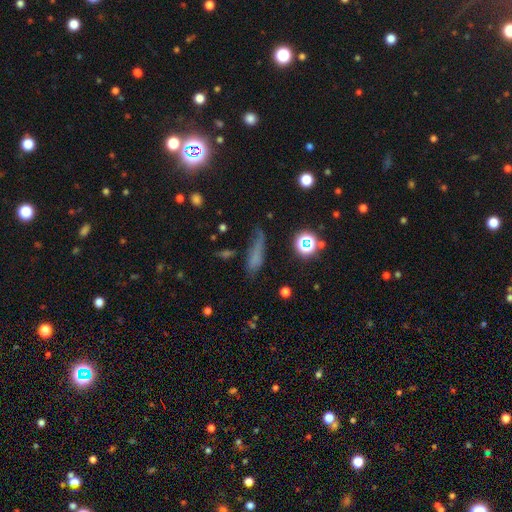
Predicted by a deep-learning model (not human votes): Smooth or featured?
  - smooth: 59% *
  - star or artifact: 22%
  - featured or disk: 19%
How rounded?
  - cigar-shaped: 58% *
  - in between: 34%
  - round: 9%
Merging?
  - none: 47% *
  - minor disturbance: 29%
  - major disturbance: 19%
  - merger: 5%